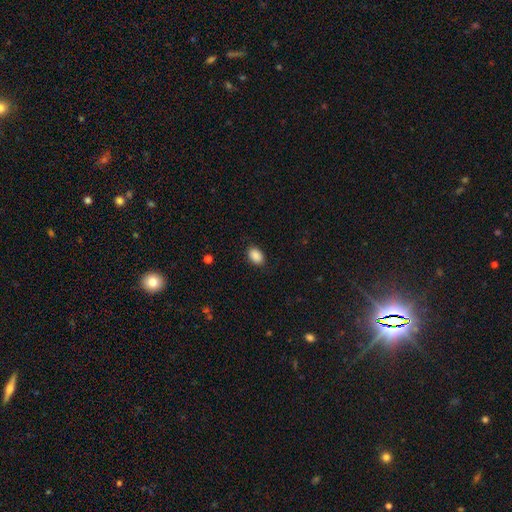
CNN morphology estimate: This appears to be a smooth galaxy with no disk features (89%) that is in between round and cigar-shaped (85%). Merging: none (87%).